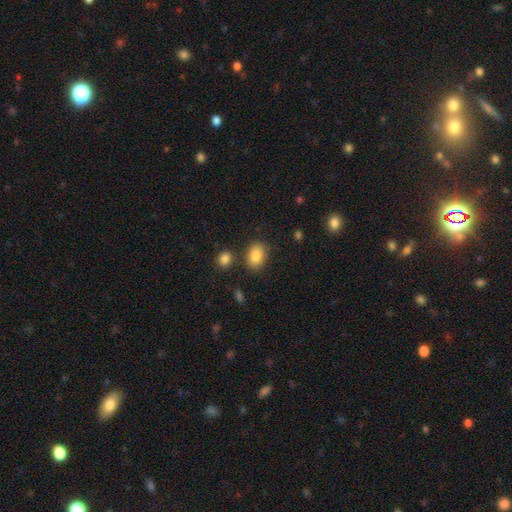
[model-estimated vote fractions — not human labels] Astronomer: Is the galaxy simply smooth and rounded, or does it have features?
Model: smooth — 86%.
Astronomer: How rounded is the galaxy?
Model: in between — 77%.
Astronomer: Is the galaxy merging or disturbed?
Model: none — 80%.